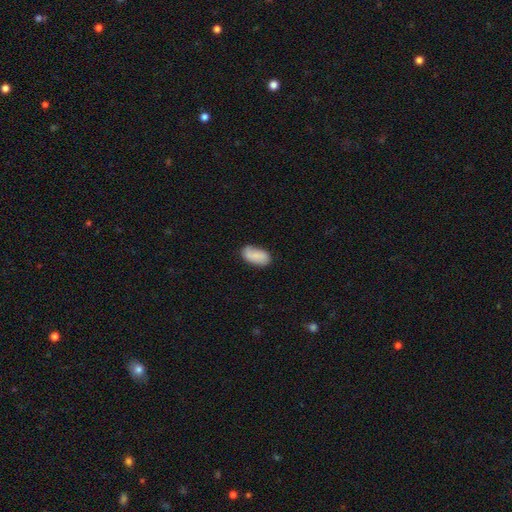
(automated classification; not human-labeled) smooth 81%, featured or disk 12%, star or artifact 7%. Down the decision tree: how rounded — in between (93%); merging — none (74%).